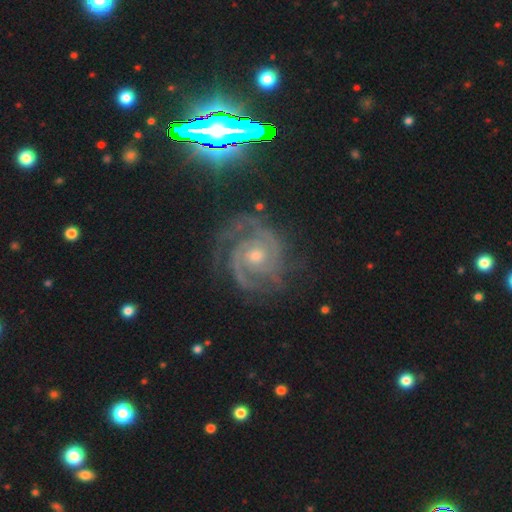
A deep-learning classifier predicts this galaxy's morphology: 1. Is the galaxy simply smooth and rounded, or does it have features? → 91% featured or disk, 5% star or artifact, 3% smooth.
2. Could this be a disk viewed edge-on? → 98% no, 2% yes.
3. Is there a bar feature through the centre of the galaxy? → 71% no, 22% weak, 6% strong.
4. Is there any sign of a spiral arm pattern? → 98% yes, 2% no.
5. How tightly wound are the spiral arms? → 69% tight, 27% medium, 4% loose.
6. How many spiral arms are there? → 57% 2, 20% 3, 9% can't tell, 5% 4, 4% 1, 4% more than 4.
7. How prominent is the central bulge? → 53% moderate, 42% small, 2% large, 2% none, 1% dominant.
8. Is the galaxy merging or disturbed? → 71% none, 18% minor disturbance, 9% major disturbance, 2% merger.